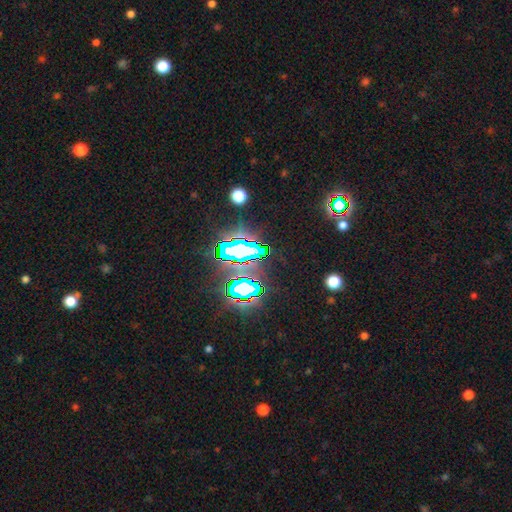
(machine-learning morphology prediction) smooth-or-featured: star or artifact: 75% | smooth: 14% | featured or disk: 10%